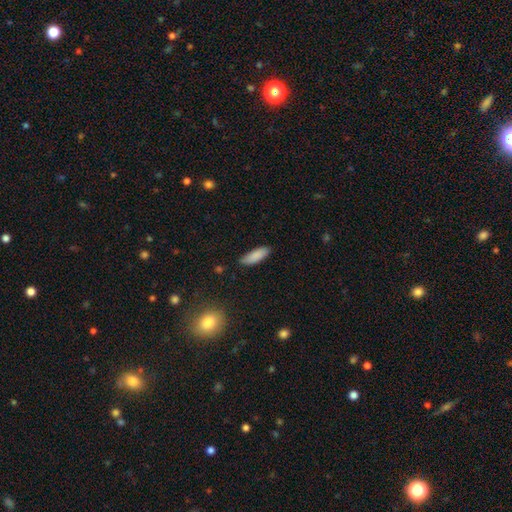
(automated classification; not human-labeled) smooth 88%, star or artifact 6%, featured or disk 6%. Down the decision tree: how rounded — in between (62%); merging — none (82%).